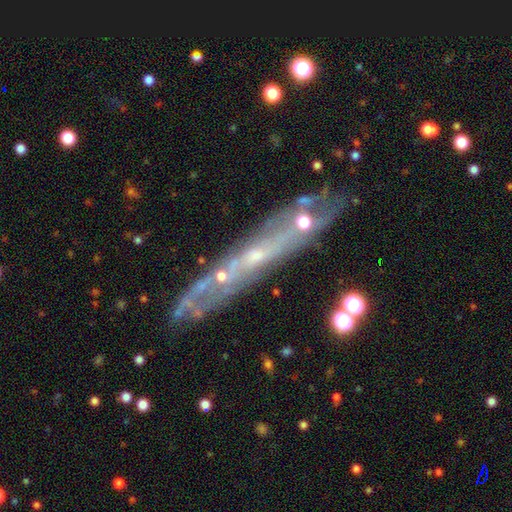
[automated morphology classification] Q: Smooth or featured?
A: featured or disk (66%); runner-up: smooth (19%)
Q: Edge-on disk?
A: yes (65%); runner-up: no (35%)
Q: Merging?
A: none (71%); runner-up: minor disturbance (16%)